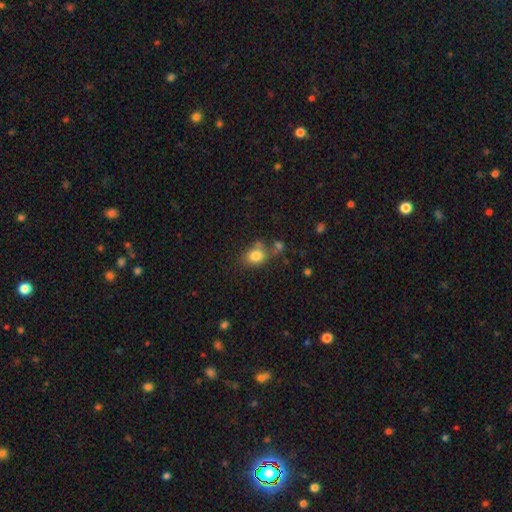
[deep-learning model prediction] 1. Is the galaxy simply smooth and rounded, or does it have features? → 82% smooth, 10% star or artifact, 8% featured or disk.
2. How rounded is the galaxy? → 51% round, 48% in between, 1% cigar-shaped.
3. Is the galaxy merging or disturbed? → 56% none, 19% minor disturbance, 18% merger, 7% major disturbance.